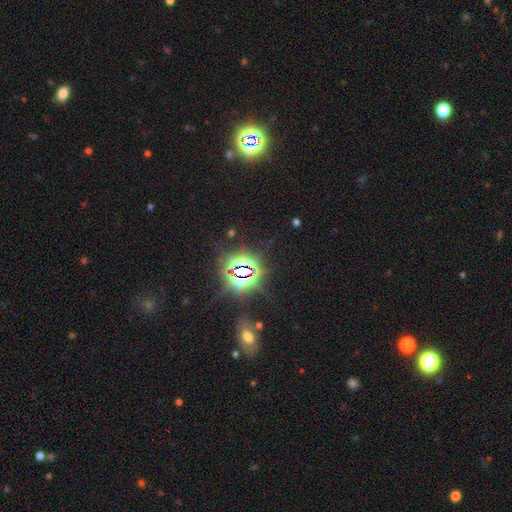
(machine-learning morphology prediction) Q: Smooth or featured?
A: star or artifact (83%); runner-up: smooth (10%)